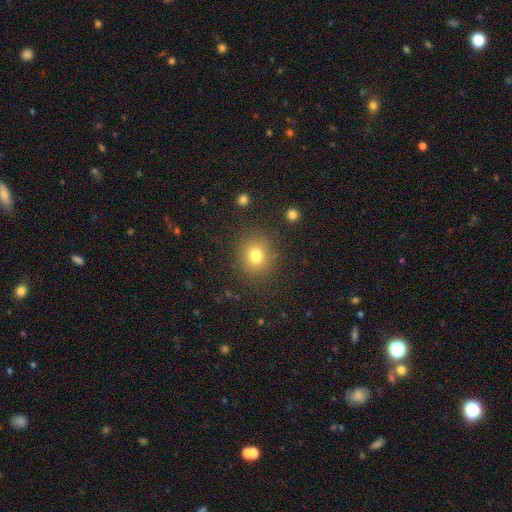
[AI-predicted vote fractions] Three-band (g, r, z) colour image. It shows a smooth galaxy with no disk features (77%) that is round (82%). Merging: none (86%).